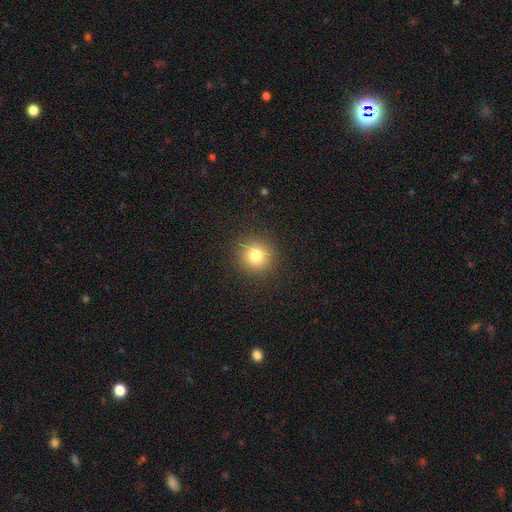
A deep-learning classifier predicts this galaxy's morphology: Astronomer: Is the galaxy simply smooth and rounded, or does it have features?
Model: smooth — 78%.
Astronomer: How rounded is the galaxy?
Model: round — 92%.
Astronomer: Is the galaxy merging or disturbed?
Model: none — 91%.